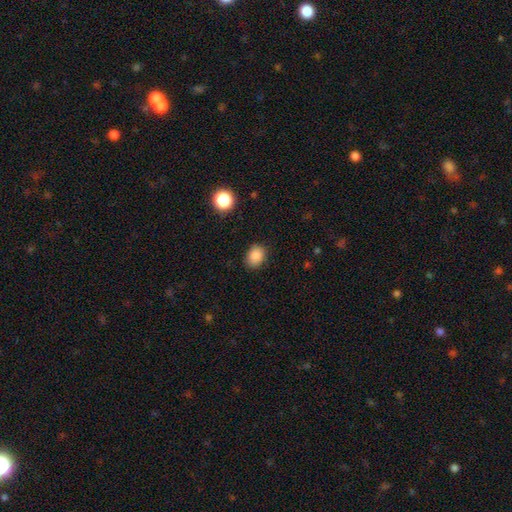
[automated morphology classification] smooth-or-featured: smooth: 87% | star or artifact: 10% | featured or disk: 3%
  how-rounded: in between: 57% | round: 42% | cigar-shaped: 1%
  merging: none: 84% | minor disturbance: 12% | major disturbance: 3% | merger: 1%